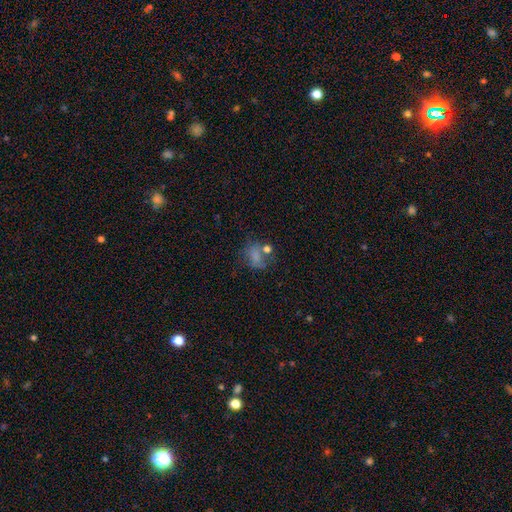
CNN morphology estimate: Smooth or featured? Predicted: smooth (p=0.63). How rounded? Predicted: in between (p=0.54). Merging? Predicted: none (p=0.39).